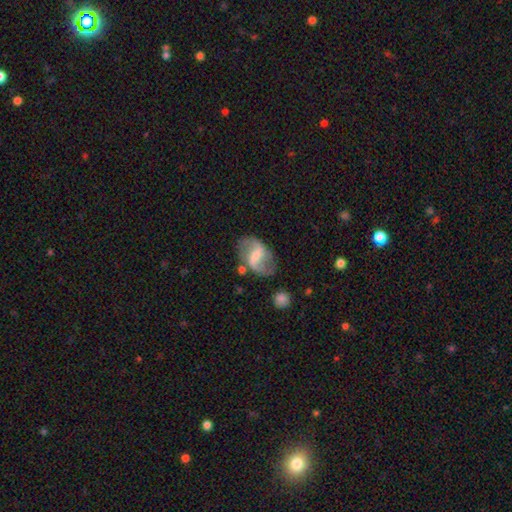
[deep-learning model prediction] Morphology: type=featured or disk (78%); edge-on=no (97%); bar=weak (46%); spiral arms=yes (91%); winding=loose (62%); arm count=2 (91%); bulge=small (42%); merging=none (72%).